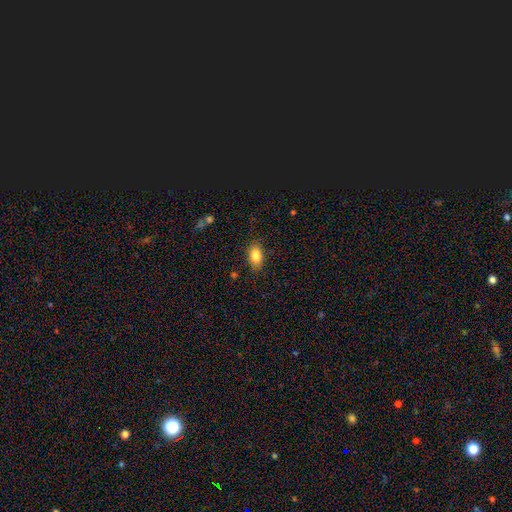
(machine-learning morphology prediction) smooth_or_featured: smooth (p=0.85) [alt: star or artifact p=0.08]
how_rounded: in between (p=0.89) [alt: round p=0.07]
merging: none (p=0.83) [alt: minor disturbance p=0.12]